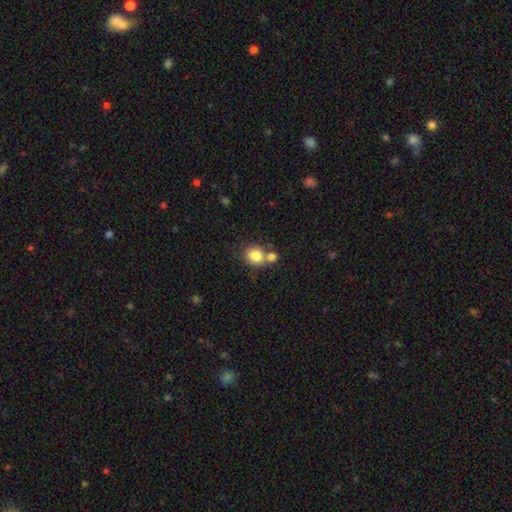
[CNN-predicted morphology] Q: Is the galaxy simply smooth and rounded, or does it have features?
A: smooth — 81%.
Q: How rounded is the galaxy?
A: round — 79%.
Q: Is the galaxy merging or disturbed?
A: none — 53%.